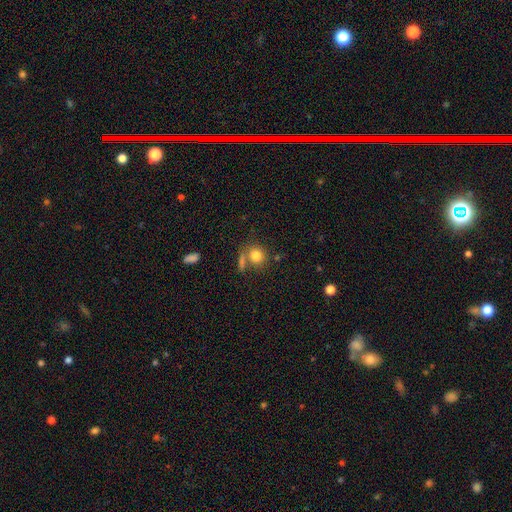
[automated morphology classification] smooth_or_featured: smooth (p=0.80) [alt: star or artifact p=0.11]
how_rounded: round (p=0.79) [alt: in between p=0.19]
merging: none (p=0.63) [alt: merger p=0.20]